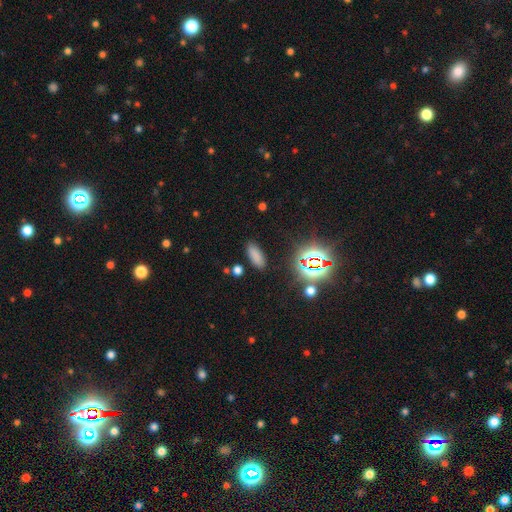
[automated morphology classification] Smooth or featured? Predicted: smooth (p=0.75). How rounded? Predicted: in between (p=0.77). Merging? Predicted: none (p=0.86).